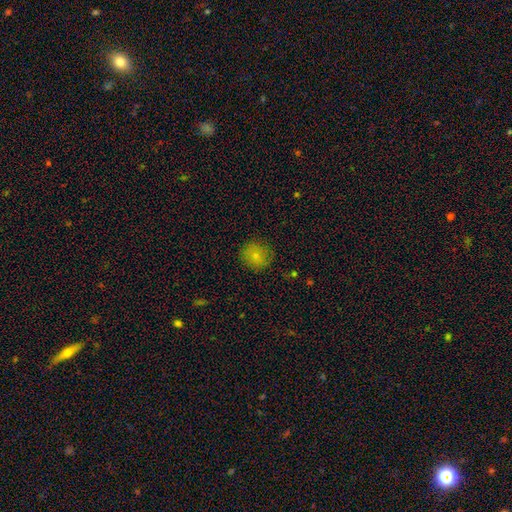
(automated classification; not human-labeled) Q: Smooth or featured?
A: smooth (78%); runner-up: featured or disk (11%)
Q: How rounded?
A: round (85%); runner-up: in between (14%)
Q: Merging?
A: none (82%); runner-up: minor disturbance (13%)